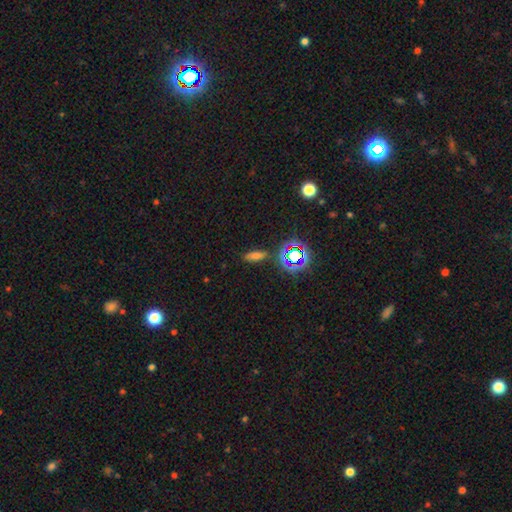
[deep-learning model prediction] Smooth or featured: smooth — 58% (star or artifact — 28%)
How rounded: in between — 64% (cigar-shaped — 27%)
Merging: none — 80% (minor disturbance — 12%)